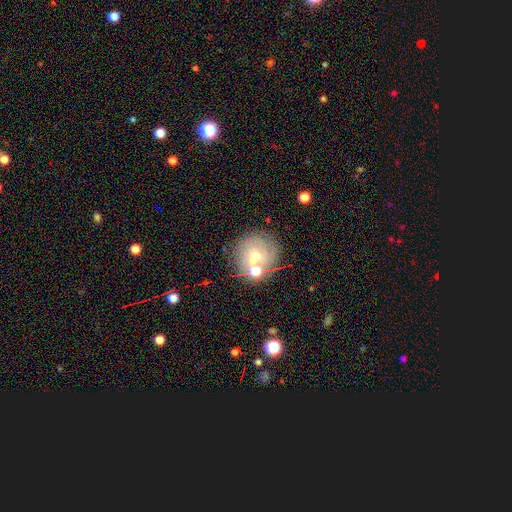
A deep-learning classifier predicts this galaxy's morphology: smooth_or_featured: smooth (p=0.43) [alt: featured or disk p=0.41]
merging: none (p=0.65) [alt: merger p=0.14]